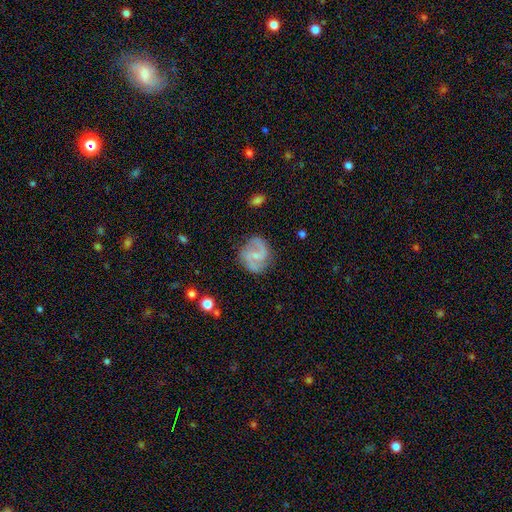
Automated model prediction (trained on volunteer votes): This appears to be a featured or disk galaxy (78%) with a weak bar (50%), 2 (89%) medium (49%) spiral arms (93%) and a small central bulge (62%). Merging: none (75%).